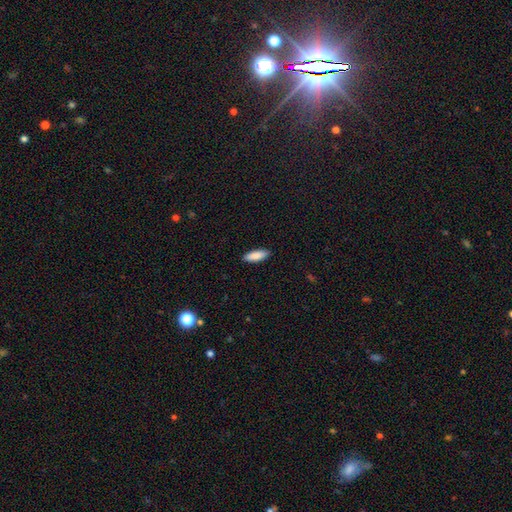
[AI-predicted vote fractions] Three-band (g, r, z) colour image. It shows a smooth galaxy with no disk features (87%) that is in between round and cigar-shaped (58%). Merging: none (90%).